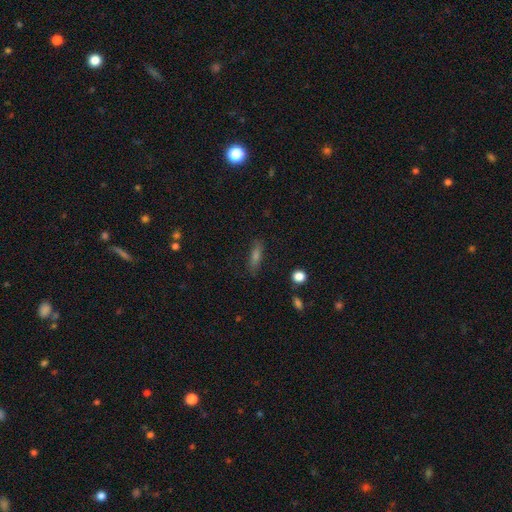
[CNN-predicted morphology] This is likely a smooth galaxy (61%). How rounded: likely cigar-shaped (61%). Merging: clearly none (85%).